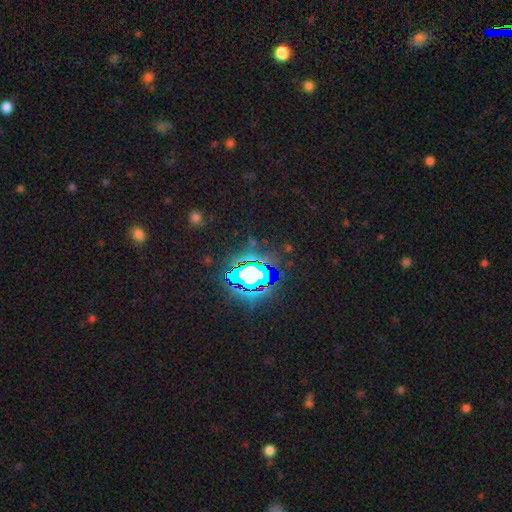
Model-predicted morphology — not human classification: star or artifact 80%, smooth 13%, featured or disk 7%.